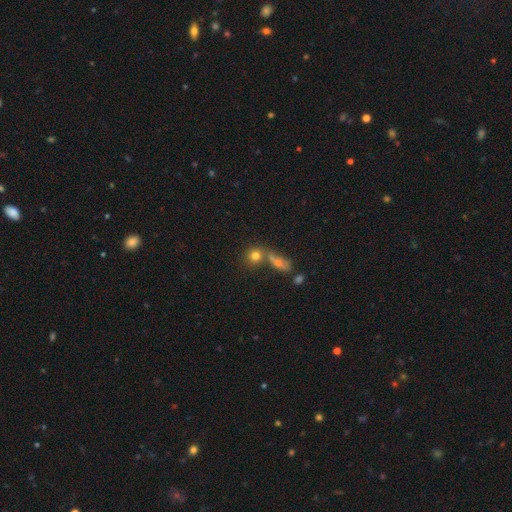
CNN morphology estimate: Overall: smooth (77%). How rounded: round (79%). Merging: none (51%; merger 36%).